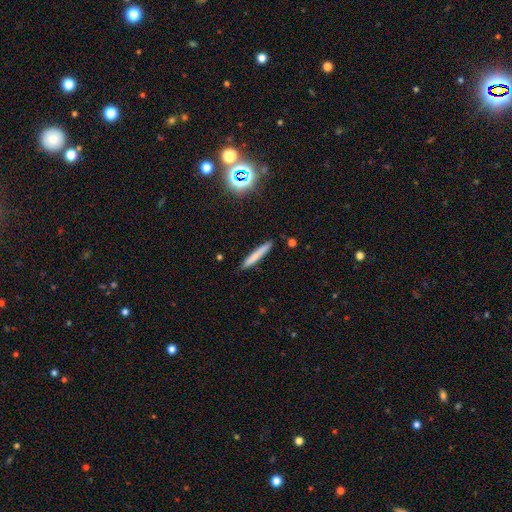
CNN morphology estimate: A smooth galaxy with no disk features (73%) that is cigar-shaped (95%). Merging: none (88%).